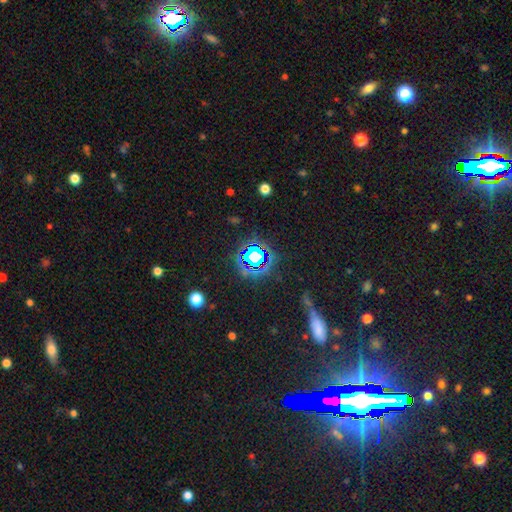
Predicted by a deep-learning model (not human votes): Overall: star or artifact (74%).